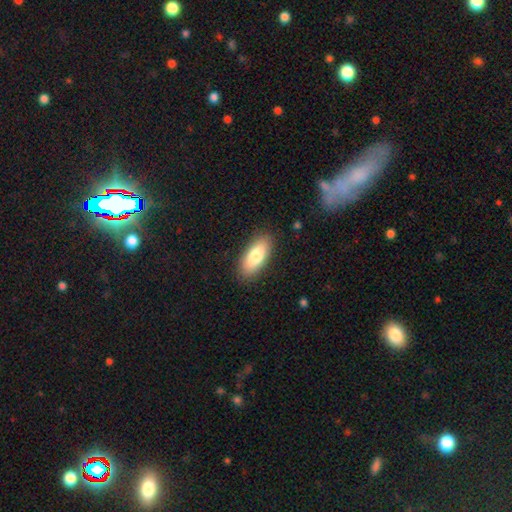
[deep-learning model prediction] Overall: smooth (81%). How rounded: in between (84%). Merging: none (87%).